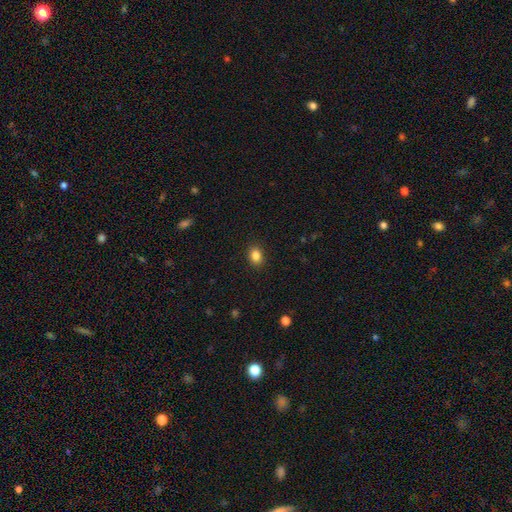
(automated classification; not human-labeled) Smooth or featured? Predicted: smooth (p=0.86). How rounded? Predicted: in between (p=0.68). Merging? Predicted: none (p=0.89).